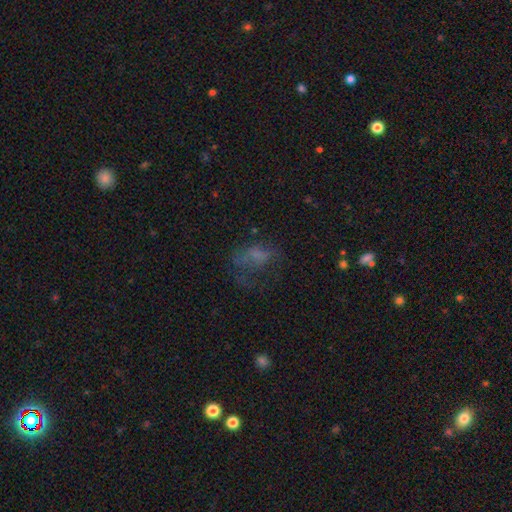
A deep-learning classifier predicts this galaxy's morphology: smooth 45%, featured or disk 31%, star or artifact 23%. Down the decision tree: merging — major disturbance (43%).